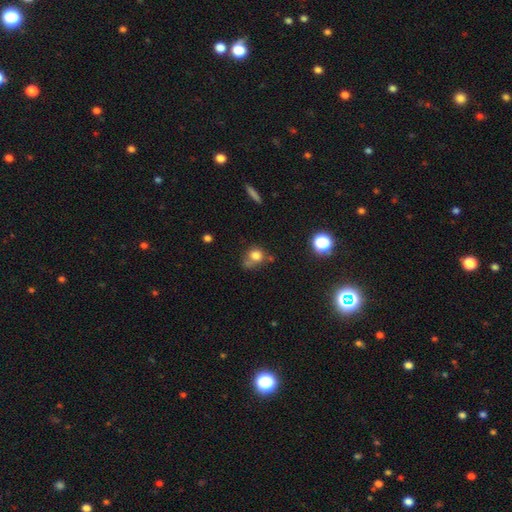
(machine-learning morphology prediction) A smooth galaxy with no disk features (76%) that is round (74%).

Vote fractions:
- Smooth or featured? smooth: 76% / star or artifact: 14% / featured or disk: 10%
- How rounded? round: 74% / in between: 25% / cigar-shaped: 1%
- Merging? none: 49% / minor disturbance: 23% / merger: 16% / major disturbance: 11%